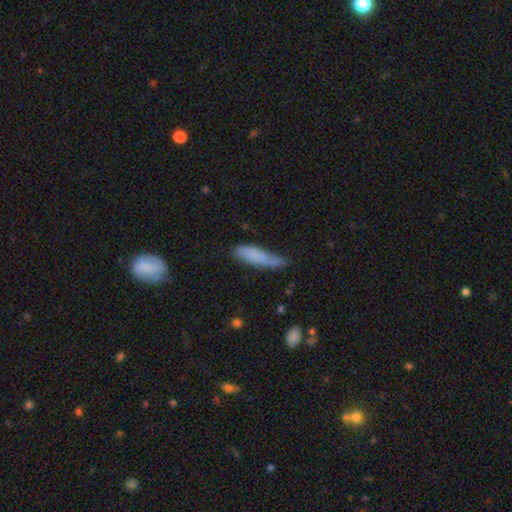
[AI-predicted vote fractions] smooth_or_featured: smooth (p=0.74) [alt: featured or disk p=0.19]
how_rounded: cigar-shaped (p=0.69) [alt: in between p=0.29]
merging: none (p=0.40) [alt: minor disturbance p=0.39]